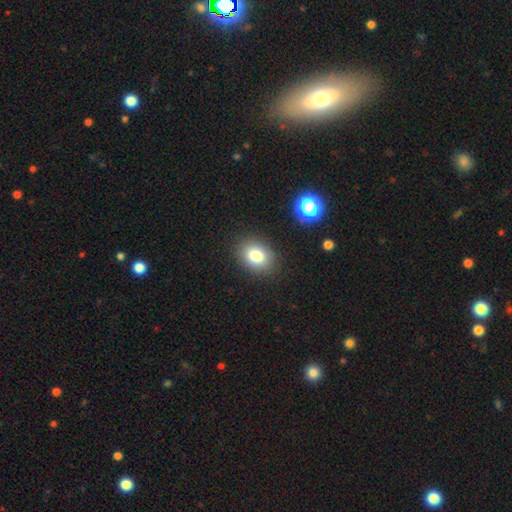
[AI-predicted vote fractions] This is likely a smooth galaxy (79%). How rounded: likely in between (61%). Merging: clearly none (87%).